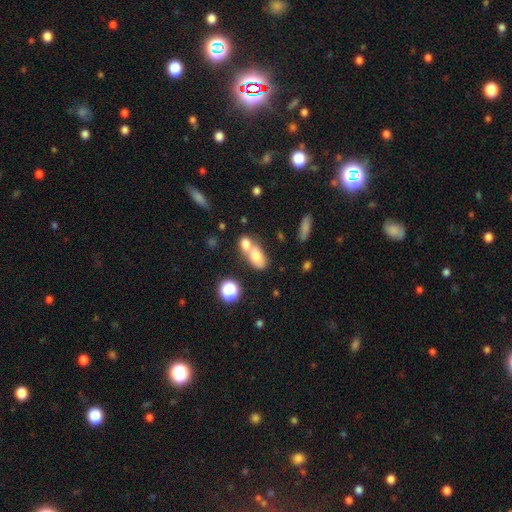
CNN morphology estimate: This is likely a smooth galaxy (72%). How rounded: likely in between (77%). Merging: likely merger (61%).